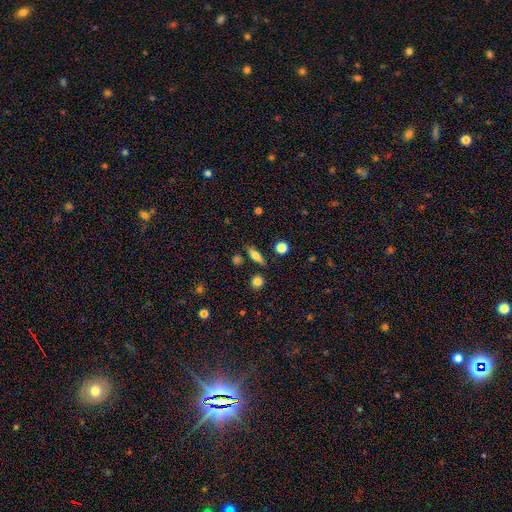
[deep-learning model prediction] Q: Smooth or featured?
A: smooth (69%); runner-up: featured or disk (21%)
Q: How rounded?
A: in between (51%); runner-up: cigar-shaped (40%)
Q: Merging?
A: none (82%); runner-up: minor disturbance (11%)